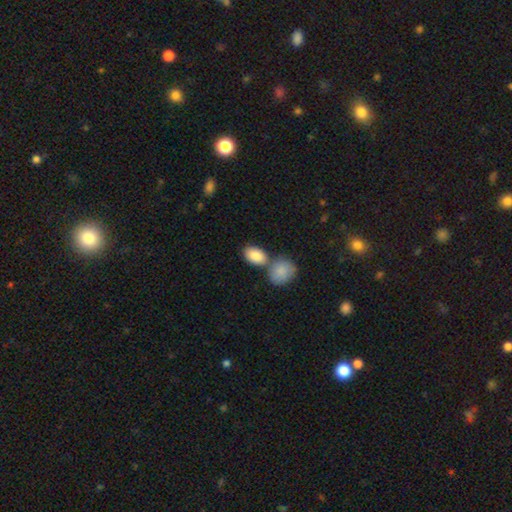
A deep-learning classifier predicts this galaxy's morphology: Q: Smooth or featured?
A: smooth (88%); runner-up: featured or disk (7%)
Q: How rounded?
A: in between (89%); runner-up: round (9%)
Q: Merging?
A: none (48%); runner-up: merger (37%)